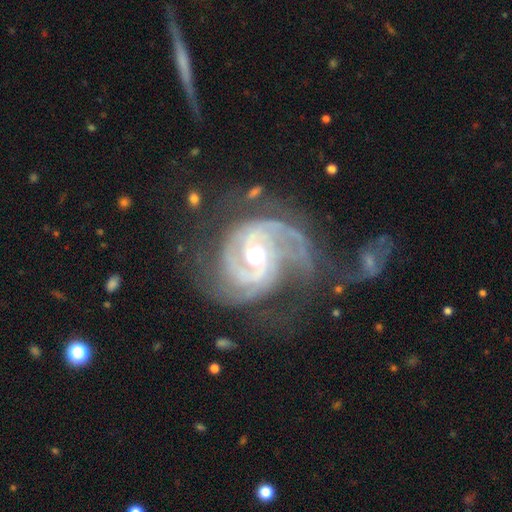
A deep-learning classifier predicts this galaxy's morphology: smooth-or-featured: featured or disk: 92% | star or artifact: 4% | smooth: 4%
  disk-edge-on: no: 98% | yes: 2%
    bar: no: 47% | weak: 36% | strong: 17%
    has-spiral-arms: yes: 98% | no: 2%
      spiral-winding: tight: 52% | medium: 38% | loose: 9%
      spiral-arm-count: 2: 44% | 3: 25% | can't tell: 14% | 4: 7% | 1: 6% | more than 4: 5%
    bulge-size: moderate: 73% | small: 16% | large: 9% | dominant: 1% | none: 1%
  merging: none: 46% | major disturbance: 25% | minor disturbance: 21% | merger: 7%